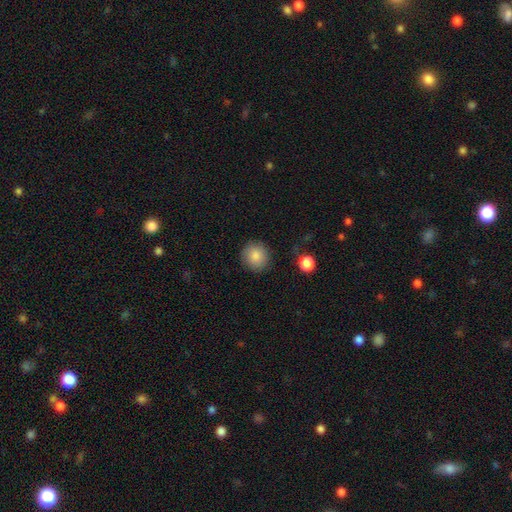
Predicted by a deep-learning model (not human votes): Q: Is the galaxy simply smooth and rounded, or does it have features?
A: smooth — 86%.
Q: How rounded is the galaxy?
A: round — 89%.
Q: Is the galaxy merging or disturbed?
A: none — 86%.